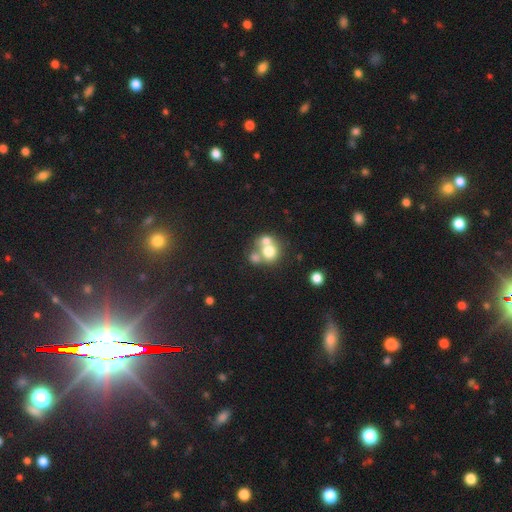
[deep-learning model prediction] Smooth or featured?
  - smooth: 58% *
  - featured or disk: 22%
  - star or artifact: 20%
How rounded?
  - round: 77% *
  - in between: 21%
  - cigar-shaped: 1%
Merging?
  - merger: 51% *
  - none: 38%
  - minor disturbance: 7%
  - major disturbance: 4%